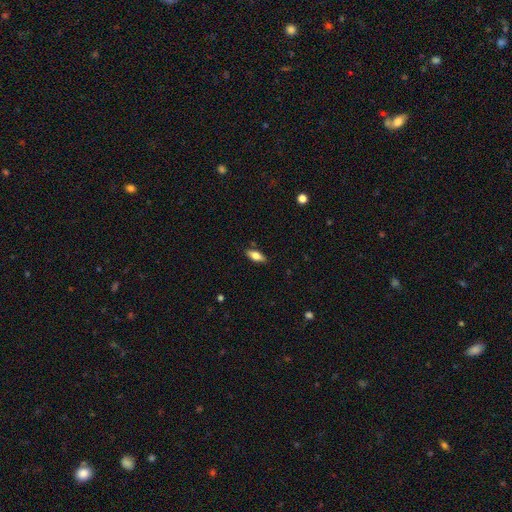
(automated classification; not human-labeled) This appears to be a smooth galaxy with no disk features (69%) that is in between round and cigar-shaped (78%). Merging: none (86%).